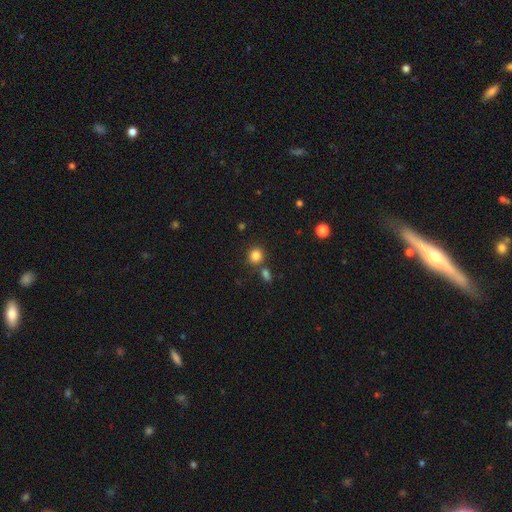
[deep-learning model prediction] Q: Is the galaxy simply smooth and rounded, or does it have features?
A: smooth — 83%.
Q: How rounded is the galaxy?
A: round — 82%.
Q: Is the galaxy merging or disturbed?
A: none — 74%.